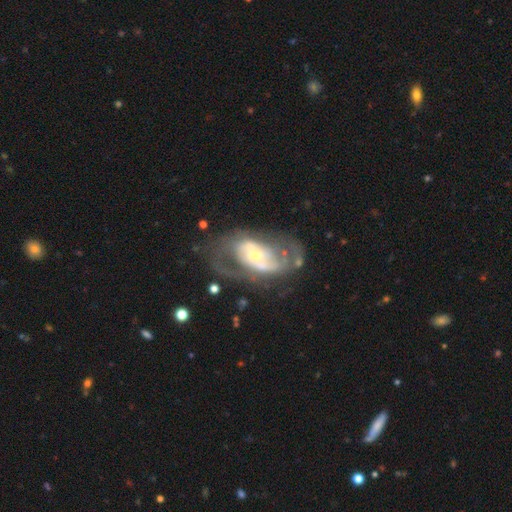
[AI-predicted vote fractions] smooth_or_featured: featured or disk (p=0.79) [alt: smooth p=0.14]
disk_edge_on: no (p=0.95) [alt: yes p=0.05]
bar: no (p=0.47) [alt: weak p=0.33]
has_spiral_arms: yes (p=0.77) [alt: no p=0.23]
spiral_winding: medium (p=0.45) [alt: loose p=0.30]
spiral_arm_count: 2 (p=0.69) [alt: can't tell p=0.19]
bulge_size: moderate (p=0.46) [alt: small p=0.45]
merging: none (p=0.52) [alt: major disturbance p=0.25]